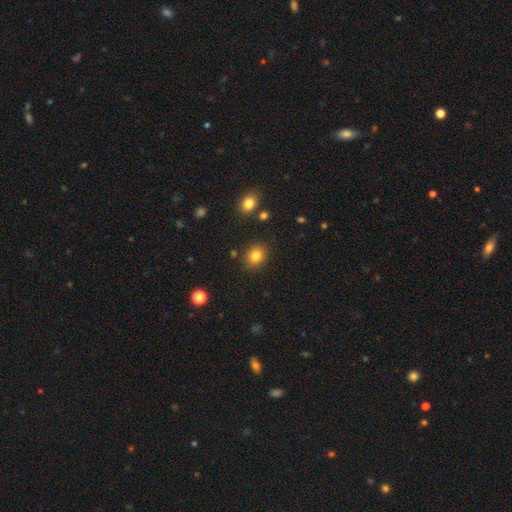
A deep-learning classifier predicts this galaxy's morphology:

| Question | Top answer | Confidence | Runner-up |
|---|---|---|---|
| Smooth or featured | smooth | 83% | star or artifact (11%) |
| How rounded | round | 71% | in between (28%) |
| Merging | none | 86% | minor disturbance (8%) |